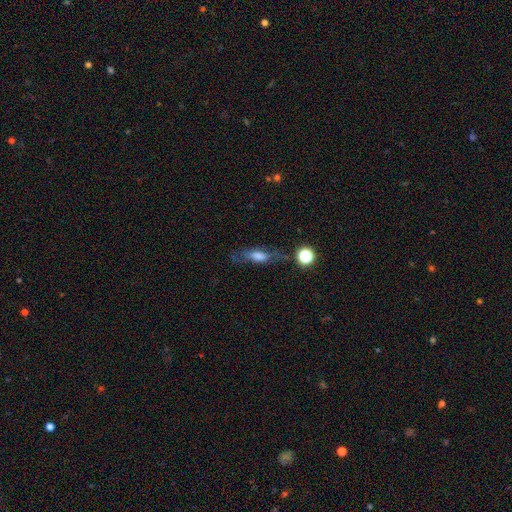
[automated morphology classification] Smooth or featured? smooth (43%, tied with featured or disk)
Merging? none (63%)